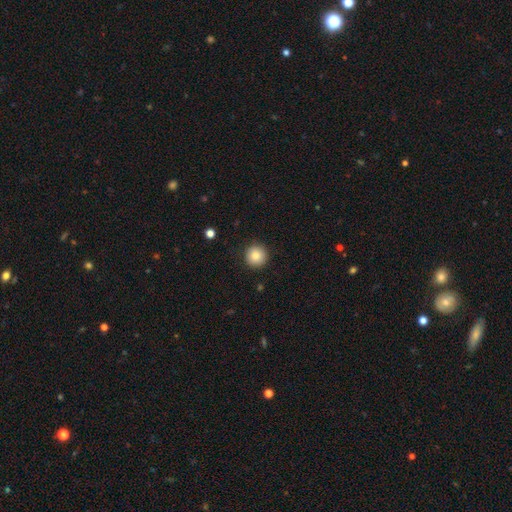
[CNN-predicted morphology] smooth_or_featured: smooth (p=0.84) [alt: star or artifact p=0.10]
how_rounded: round (p=0.95) [alt: in between p=0.04]
merging: none (p=0.91) [alt: minor disturbance p=0.06]